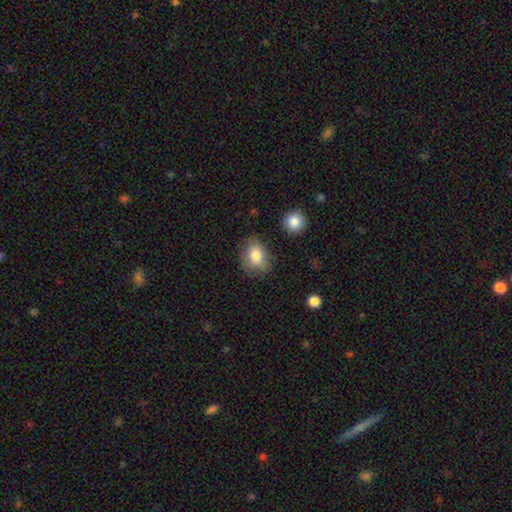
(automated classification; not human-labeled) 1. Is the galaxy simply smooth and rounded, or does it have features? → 81% smooth, 11% featured or disk, 9% star or artifact.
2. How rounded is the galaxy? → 60% in between, 39% round, 1% cigar-shaped.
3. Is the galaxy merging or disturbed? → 73% none, 20% minor disturbance, 5% major disturbance, 3% merger.